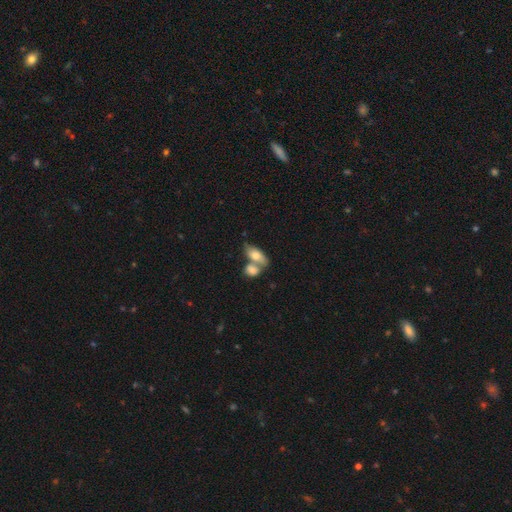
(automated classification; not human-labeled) A smooth galaxy with no disk features (72%) that is in between round and cigar-shaped (84%).

Vote fractions:
- Smooth or featured? smooth: 72% / featured or disk: 22% / star or artifact: 6%
- How rounded? in between: 84% / cigar-shaped: 9% / round: 7%
- Merging? merger: 53% / none: 34% / minor disturbance: 9% / major disturbance: 4%